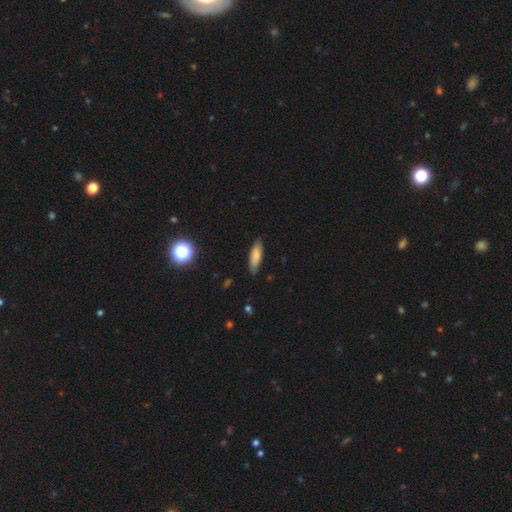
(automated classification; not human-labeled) A smooth galaxy with no disk features (78%) that is in between round and cigar-shaped (53%). Merging: none (83%).